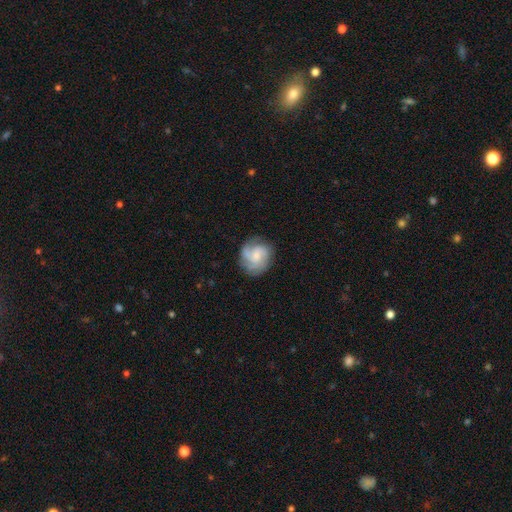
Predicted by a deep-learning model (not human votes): Smooth or featured?
  - featured or disk: 72% *
  - smooth: 22%
  - star or artifact: 7%
Edge-on disk?
  - no: 98% *
  - yes: 2%
Bar?
  - no: 63% *
  - weak: 33%
  - strong: 4%
Spiral arms?
  - yes: 95% *
  - no: 5%
Spiral winding?
  - tight: 45% *
  - medium: 42%
  - loose: 14%
Spiral arm count?
  - 3: 42% *
  - can't tell: 19%
  - 2: 18%
  - 4: 10%
  - 1: 5%
  - more than 4: 5%
Bulge size?
  - small: 53% *
  - moderate: 31%
  - none: 12%
  - large: 4%
  - dominant: 1%
Merging?
  - none: 75% *
  - minor disturbance: 17%
  - major disturbance: 7%
  - merger: 1%